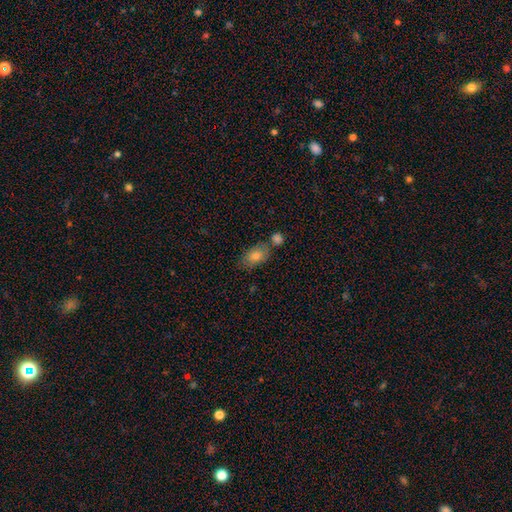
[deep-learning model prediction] smooth_or_featured: smooth (p=0.76) [alt: featured or disk p=0.13]
how_rounded: in between (p=0.86) [alt: round p=0.12]
merging: none (p=0.62) [alt: merger p=0.22]